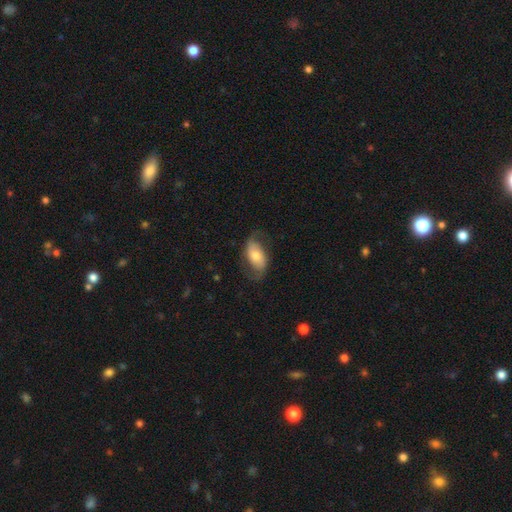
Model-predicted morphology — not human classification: This is possibly a featured or disk galaxy (49%). Merging: likely none (65%).